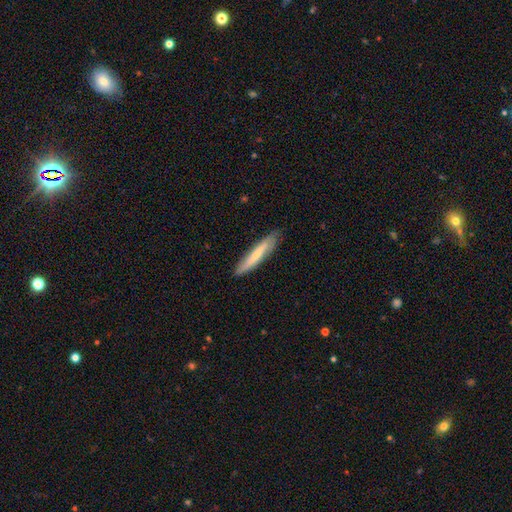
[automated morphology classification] Smooth or featured: smooth — 62% (featured or disk — 32%)
How rounded: cigar-shaped — 91% (in between — 8%)
Merging: none — 83% (minor disturbance — 14%)